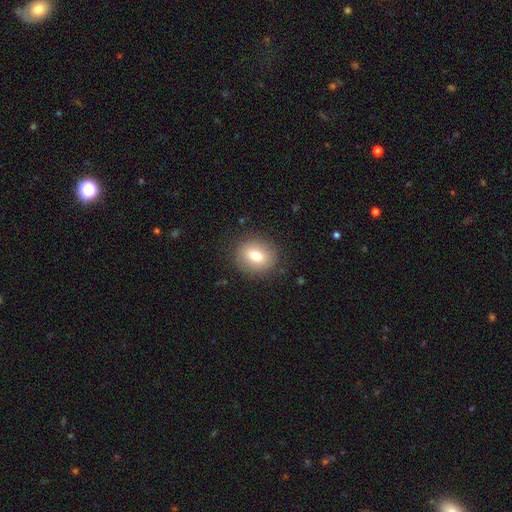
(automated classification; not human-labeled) This is likely a smooth galaxy (75%). How rounded: likely round (65%). Merging: clearly none (86%).